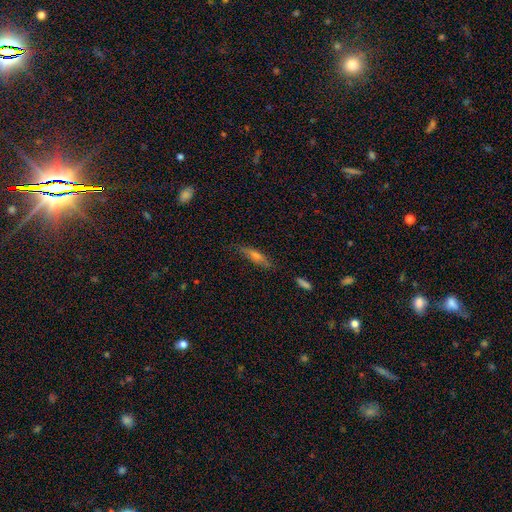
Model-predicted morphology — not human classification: smooth-or-featured: smooth: 45% | featured or disk: 44% | star or artifact: 11%
  merging: none: 80% | minor disturbance: 15% | major disturbance: 3% | merger: 2%